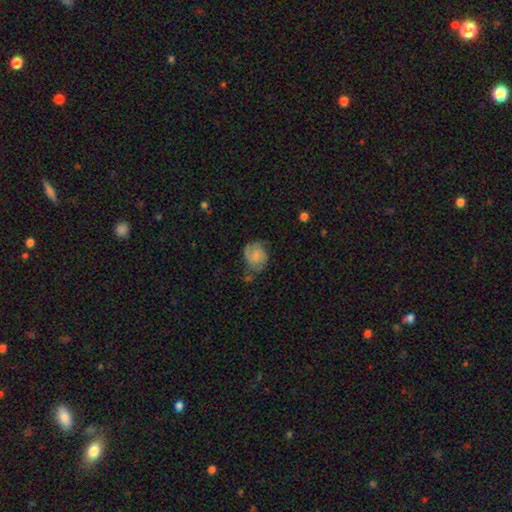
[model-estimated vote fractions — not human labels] The model was most divided on "smooth or featured": smooth: 48%, featured or disk: 44%, star or artifact: 8%. Remaining: merging — none (49%).